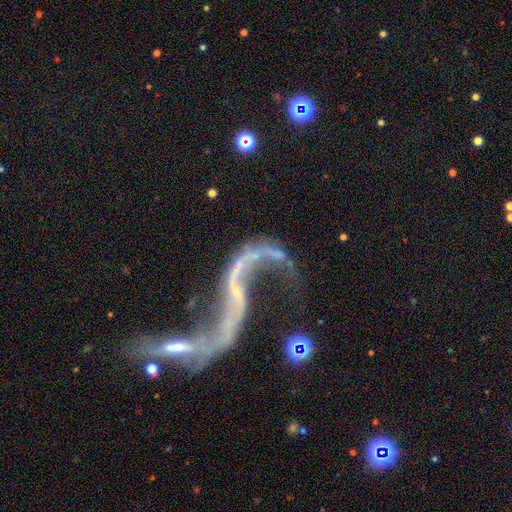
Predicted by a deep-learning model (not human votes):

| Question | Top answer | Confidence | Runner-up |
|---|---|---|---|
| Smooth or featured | featured or disk | 86% | star or artifact (8%) |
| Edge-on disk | no | 93% | yes (7%) |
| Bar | no | 50% | weak (30%) |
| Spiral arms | yes | 82% | no (18%) |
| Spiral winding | loose | 95% | medium (3%) |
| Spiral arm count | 2 | 89% | 1 (6%) |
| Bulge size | small | 54% | none (37%) |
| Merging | merger | 44% | none (24%) |